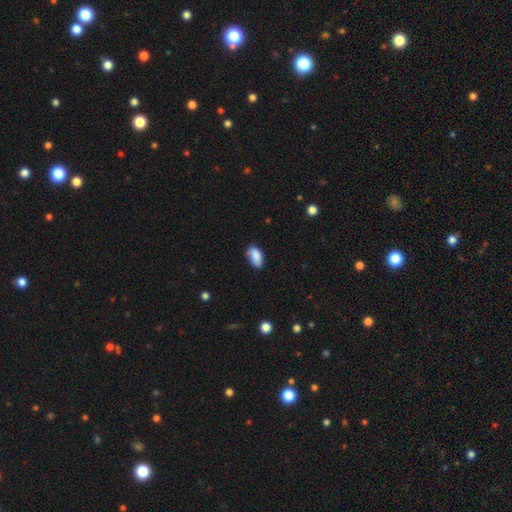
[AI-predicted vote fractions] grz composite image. It shows a smooth galaxy with no disk features (86%) that is in between round and cigar-shaped (93%). Merging: none (60%).